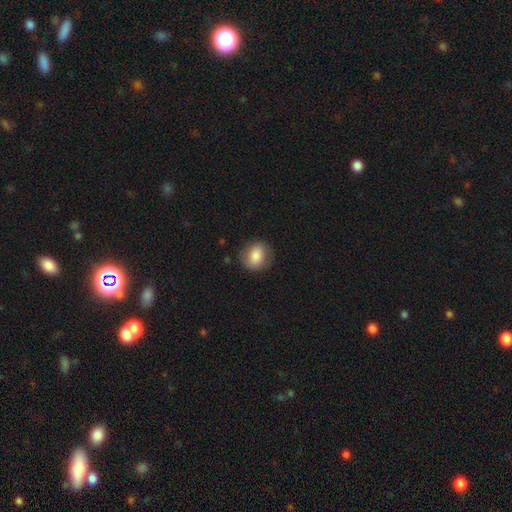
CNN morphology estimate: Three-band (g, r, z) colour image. It shows a smooth galaxy with no disk features (80%) that is round (60%). Merging: none (79%).